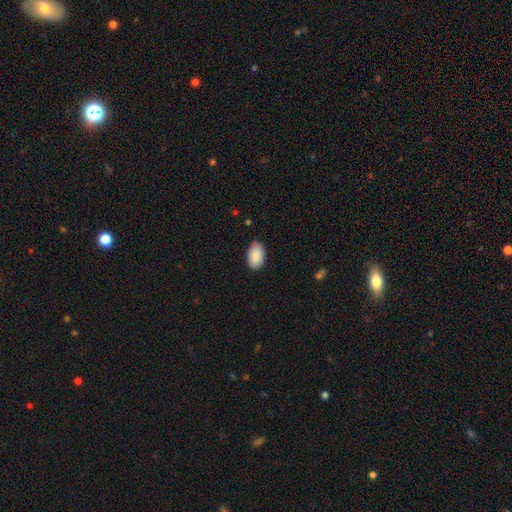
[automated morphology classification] type=smooth (90%); roundness=in between (94%); merging=none (84%).